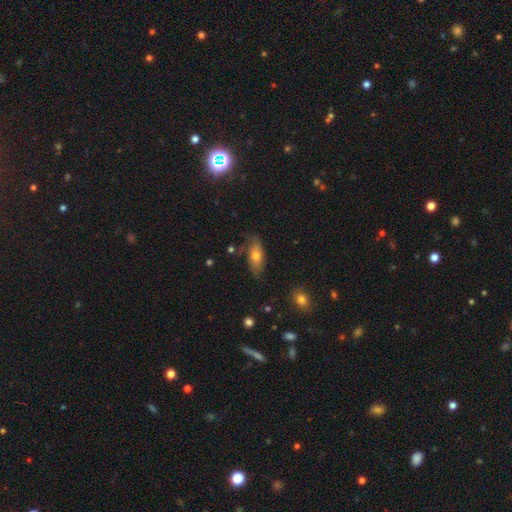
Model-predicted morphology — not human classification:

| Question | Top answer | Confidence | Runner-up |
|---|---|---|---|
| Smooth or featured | smooth | 66% | featured or disk (26%) |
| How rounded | in between | 79% | cigar-shaped (18%) |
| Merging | none | 71% | minor disturbance (21%) |